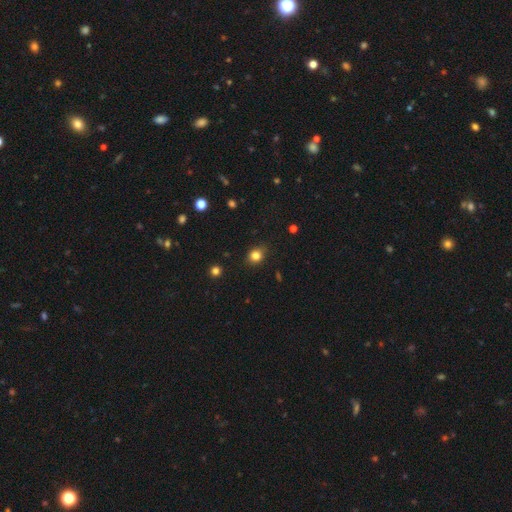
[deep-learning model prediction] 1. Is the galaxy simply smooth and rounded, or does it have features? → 82% smooth, 13% star or artifact, 5% featured or disk.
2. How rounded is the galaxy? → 68% round, 31% in between, 1% cigar-shaped.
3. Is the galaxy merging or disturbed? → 84% none, 12% minor disturbance, 3% major disturbance, 1% merger.